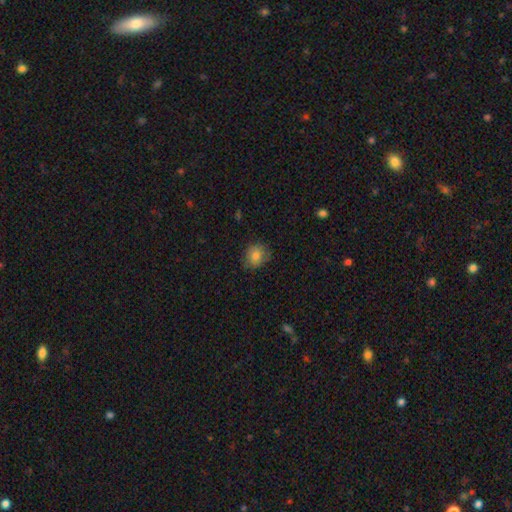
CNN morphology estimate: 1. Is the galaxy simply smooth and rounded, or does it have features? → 80% smooth, 10% star or artifact, 10% featured or disk.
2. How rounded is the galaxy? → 73% round, 26% in between, 1% cigar-shaped.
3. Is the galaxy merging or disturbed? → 79% none, 16% minor disturbance, 3% major disturbance, 1% merger.